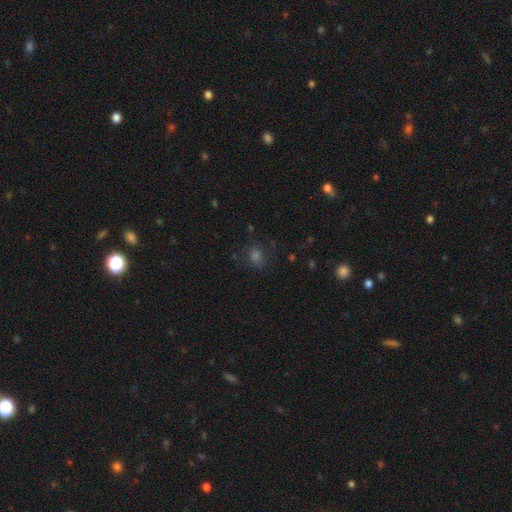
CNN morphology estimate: Smooth or featured?
  - smooth: 61% *
  - star or artifact: 30%
  - featured or disk: 9%
How rounded?
  - round: 74% *
  - in between: 25%
  - cigar-shaped: 1%
Merging?
  - none: 78% *
  - minor disturbance: 13%
  - major disturbance: 6%
  - merger: 2%